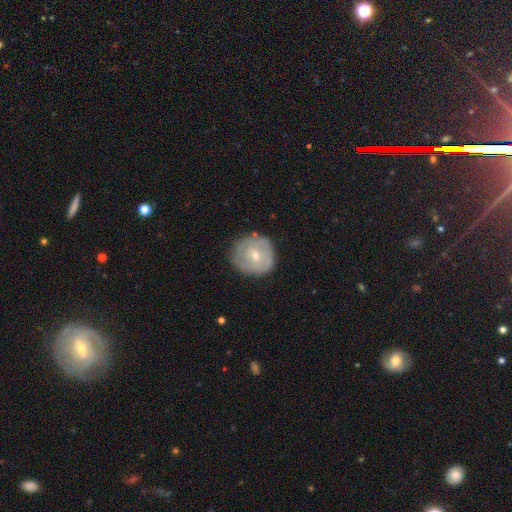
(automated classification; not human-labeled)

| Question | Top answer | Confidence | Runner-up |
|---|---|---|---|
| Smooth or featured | featured or disk | 48% | smooth (45%) |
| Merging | none | 78% | minor disturbance (16%) |